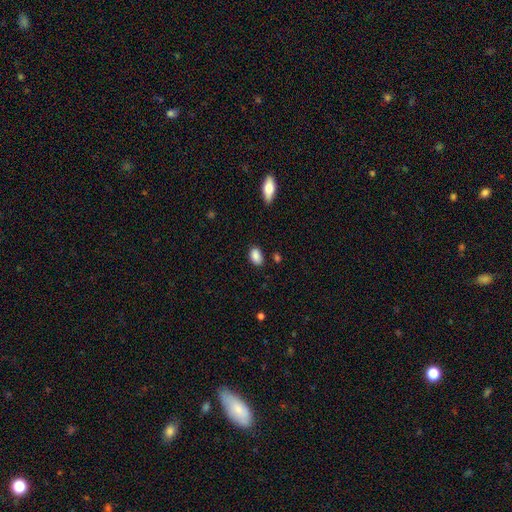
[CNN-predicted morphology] Overall: smooth (87%). How rounded: in between (88%). Merging: none (82%).